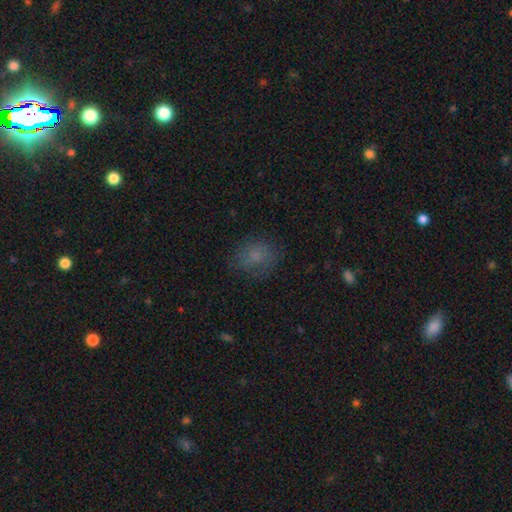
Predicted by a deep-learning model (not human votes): The model was most divided on "how rounded": round: 55%, in between: 44%, cigar-shaped: 1%. More confident: smooth or featured — smooth (71%); merging — none (71%).